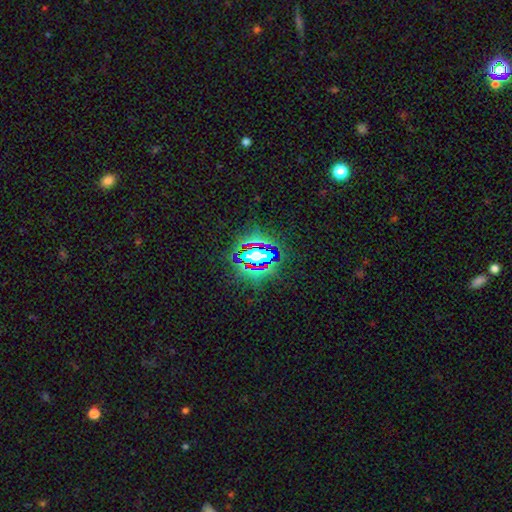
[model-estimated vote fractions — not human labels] smooth_or_featured: star or artifact (p=0.68) [alt: smooth p=0.20]